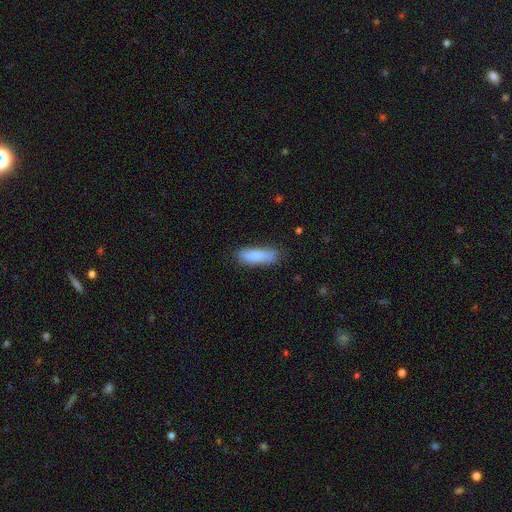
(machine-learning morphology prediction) This is clearly a smooth galaxy (85%). How rounded: possibly cigar-shaped (55%). Merging: likely none (70%).